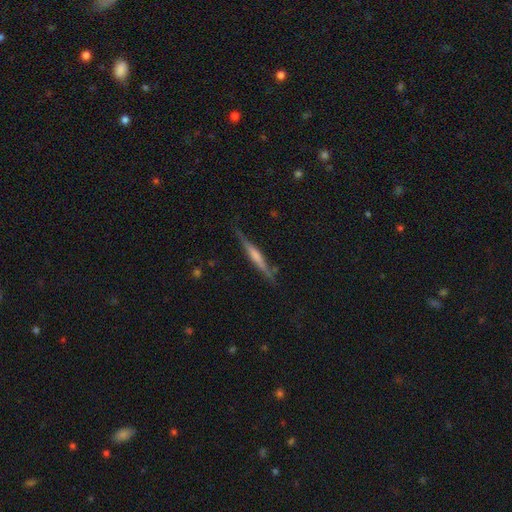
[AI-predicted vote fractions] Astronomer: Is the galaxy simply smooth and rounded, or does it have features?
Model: featured or disk — 68%.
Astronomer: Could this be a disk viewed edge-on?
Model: yes — 95%.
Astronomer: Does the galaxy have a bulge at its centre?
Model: rounded — 62%.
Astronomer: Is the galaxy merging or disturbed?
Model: none — 83%.